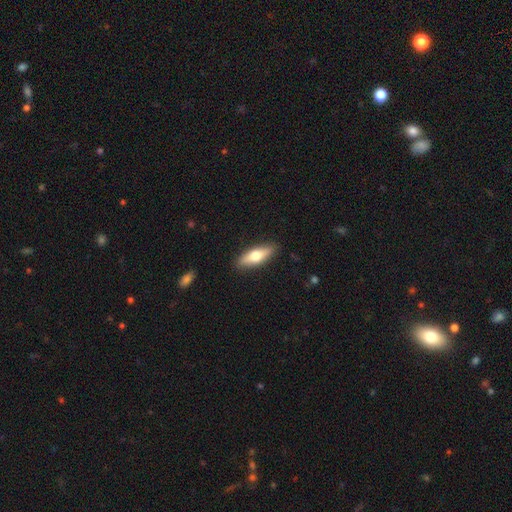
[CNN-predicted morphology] Smooth or featured? smooth (62%)
How rounded? in between (51%)
Merging? none (89%)